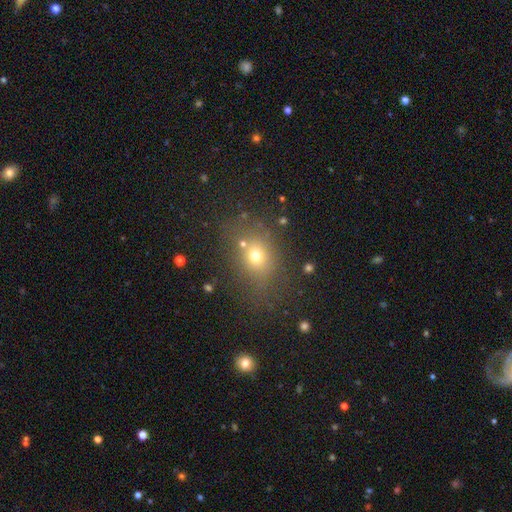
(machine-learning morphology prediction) type=smooth (67%); roundness=round (54%); merging=none (71%).